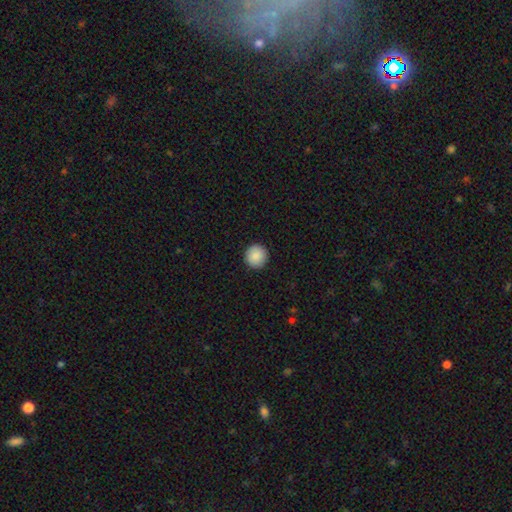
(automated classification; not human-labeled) Smooth or featured: smooth — 89% (star or artifact — 8%)
How rounded: round — 95% (in between — 4%)
Merging: none — 93% (minor disturbance — 5%)